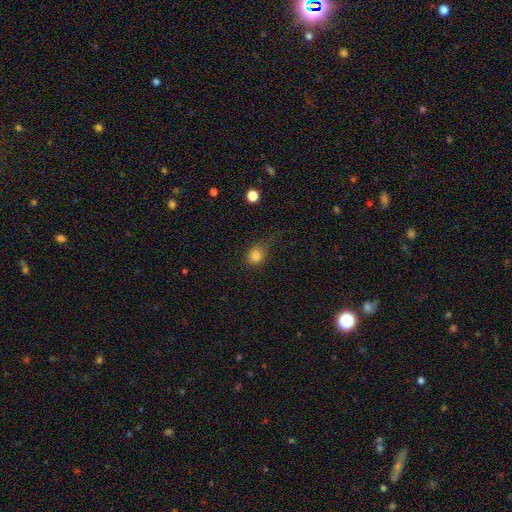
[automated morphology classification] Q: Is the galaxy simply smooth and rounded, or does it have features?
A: smooth — 81%.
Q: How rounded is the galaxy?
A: round — 69%.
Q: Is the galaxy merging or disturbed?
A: none — 63%.